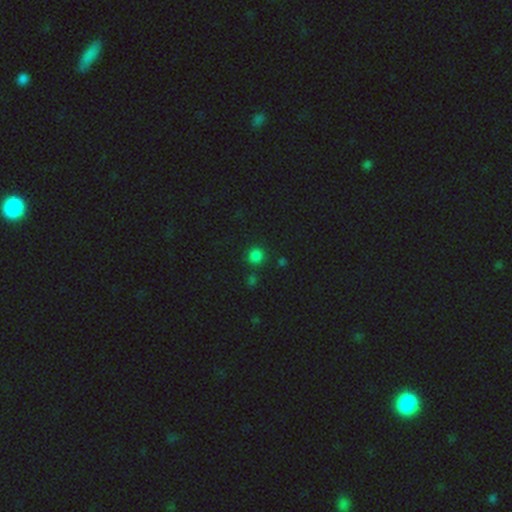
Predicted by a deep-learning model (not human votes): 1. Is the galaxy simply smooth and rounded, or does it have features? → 78% smooth, 19% star or artifact, 4% featured or disk.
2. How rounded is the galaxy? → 92% round, 7% in between, 1% cigar-shaped.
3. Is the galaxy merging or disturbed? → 84% none, 8% minor disturbance, 5% merger, 3% major disturbance.